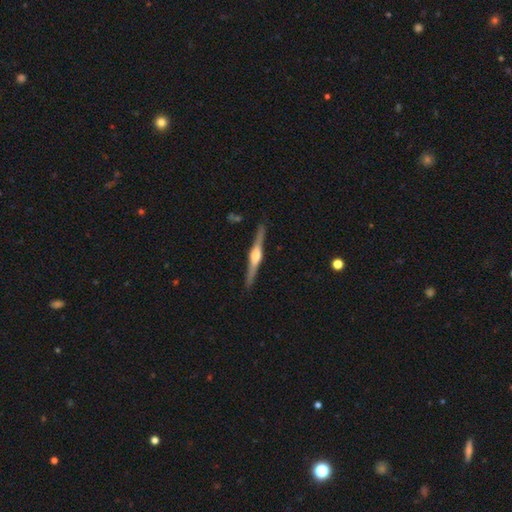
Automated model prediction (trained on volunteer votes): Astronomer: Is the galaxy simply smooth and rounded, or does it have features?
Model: featured or disk — 83%.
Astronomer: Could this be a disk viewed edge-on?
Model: yes — 98%.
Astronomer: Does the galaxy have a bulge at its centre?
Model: rounded — 85%.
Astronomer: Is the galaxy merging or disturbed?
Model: none — 90%.